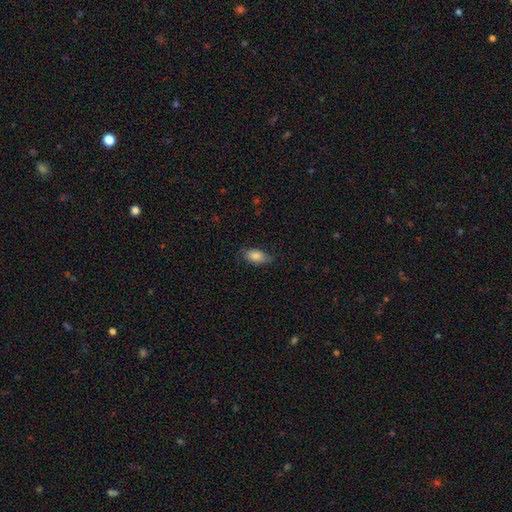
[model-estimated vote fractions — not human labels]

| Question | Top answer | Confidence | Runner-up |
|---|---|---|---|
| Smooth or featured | smooth | 83% | featured or disk (10%) |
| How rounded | in between | 90% | round (5%) |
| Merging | none | 74% | minor disturbance (21%) |